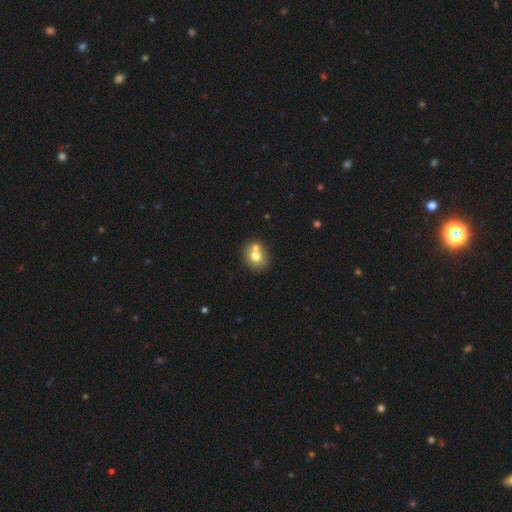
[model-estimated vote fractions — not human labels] Smooth or featured?
  - smooth: 71% *
  - featured or disk: 18%
  - star or artifact: 11%
How rounded?
  - round: 73% *
  - in between: 26%
  - cigar-shaped: 1%
Merging?
  - none: 54% *
  - merger: 34%
  - minor disturbance: 8%
  - major disturbance: 3%